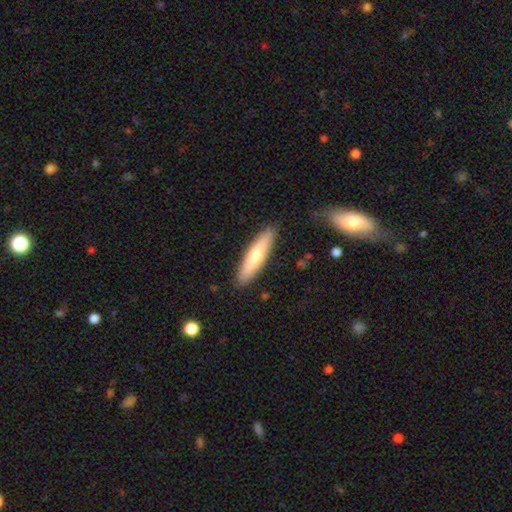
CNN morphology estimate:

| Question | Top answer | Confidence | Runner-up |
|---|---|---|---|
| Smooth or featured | smooth | 65% | featured or disk (30%) |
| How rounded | cigar-shaped | 78% | in between (21%) |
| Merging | none | 89% | minor disturbance (8%) |